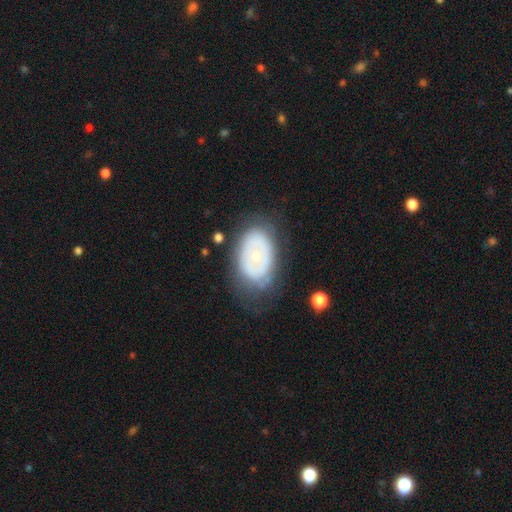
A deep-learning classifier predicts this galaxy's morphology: smooth-or-featured: featured or disk: 53% | smooth: 40% | star or artifact: 6%
  disk-edge-on: no: 93% | yes: 7%
  merging: none: 68% | minor disturbance: 21% | major disturbance: 10% | merger: 2%